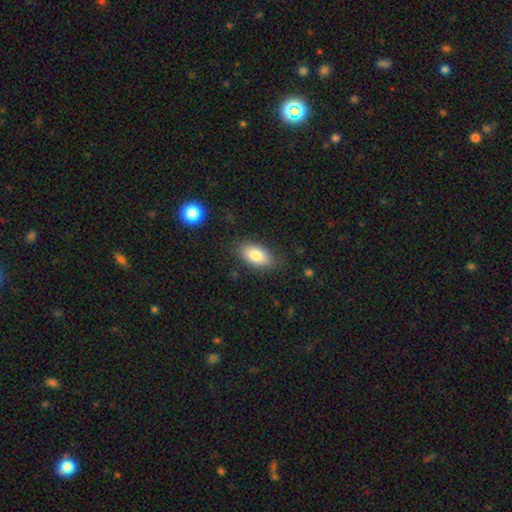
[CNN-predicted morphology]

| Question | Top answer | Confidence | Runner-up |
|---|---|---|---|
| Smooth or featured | smooth | 82% | featured or disk (11%) |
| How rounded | in between | 92% | round (4%) |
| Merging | none | 83% | minor disturbance (12%) |